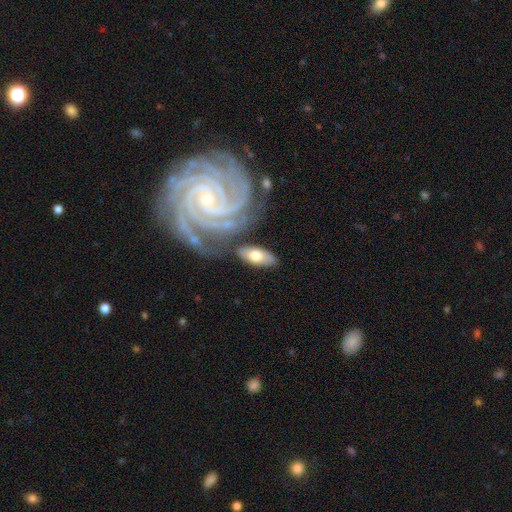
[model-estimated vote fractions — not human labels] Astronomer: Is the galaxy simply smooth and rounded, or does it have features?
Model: smooth — 53% (runner-up: featured or disk, 42%).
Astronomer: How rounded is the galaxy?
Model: in between — 84%.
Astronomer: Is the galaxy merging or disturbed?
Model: none — 70%.